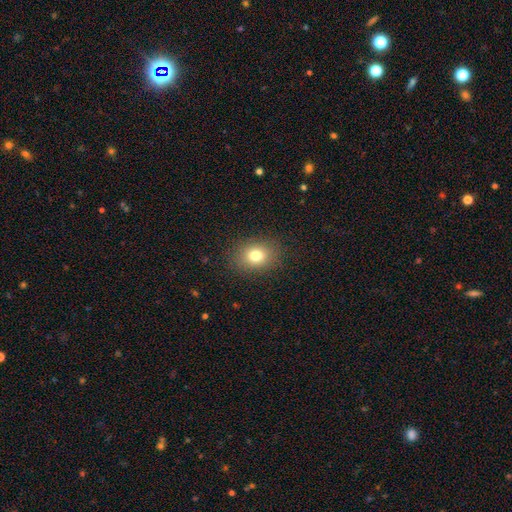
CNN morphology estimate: This appears to be a smooth galaxy with no disk features (78%) that is round (51%). Merging: none (87%).